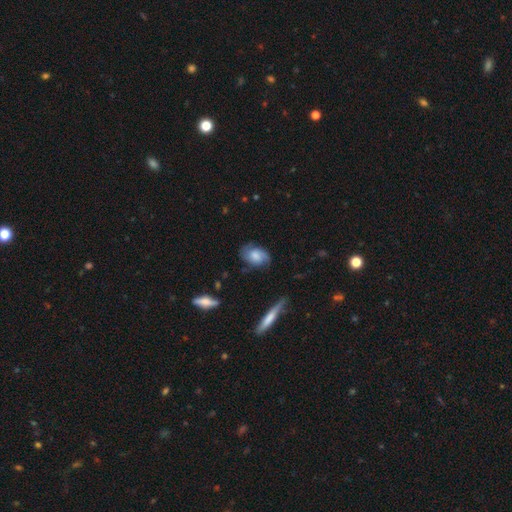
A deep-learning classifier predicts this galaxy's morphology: Smooth or featured?
  - featured or disk: 50% *
  - smooth: 42%
  - star or artifact: 8%
Merging?
  - none: 67% *
  - minor disturbance: 23%
  - major disturbance: 8%
  - merger: 2%